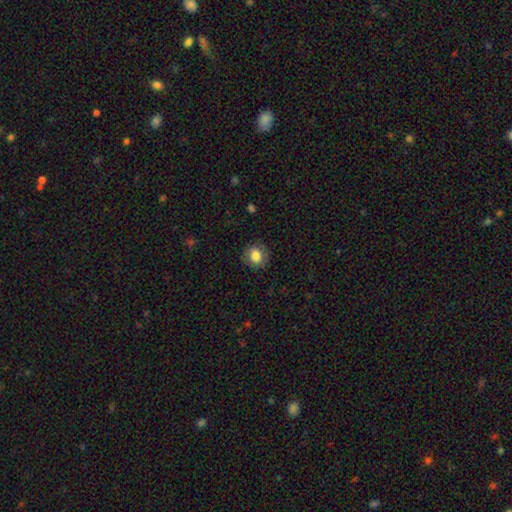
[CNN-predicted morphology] Smooth or featured? Predicted: smooth (p=0.82). How rounded? Predicted: round (p=0.75). Merging? Predicted: none (p=0.83).